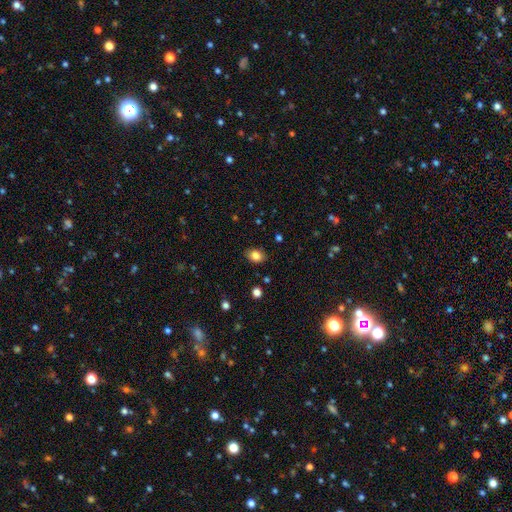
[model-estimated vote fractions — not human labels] Smooth or featured?
  - smooth: 83% *
  - star or artifact: 10%
  - featured or disk: 7%
How rounded?
  - in between: 67% *
  - round: 32%
  - cigar-shaped: 1%
Merging?
  - none: 85% *
  - minor disturbance: 11%
  - major disturbance: 3%
  - merger: 1%